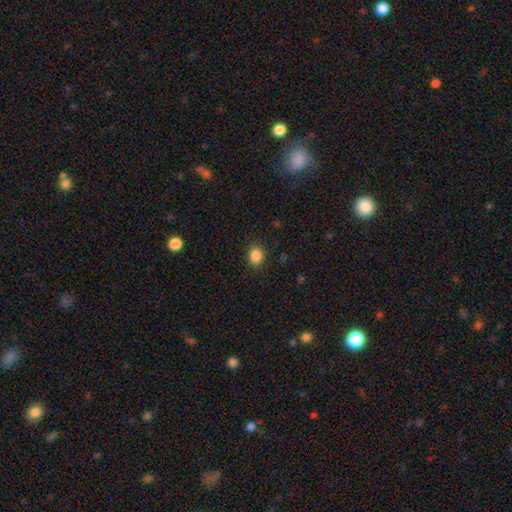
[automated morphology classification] Smooth or featured?
  - smooth: 87% *
  - star or artifact: 10%
  - featured or disk: 3%
How rounded?
  - round: 57% *
  - in between: 42%
  - cigar-shaped: 1%
Merging?
  - none: 88% *
  - minor disturbance: 8%
  - major disturbance: 3%
  - merger: 1%